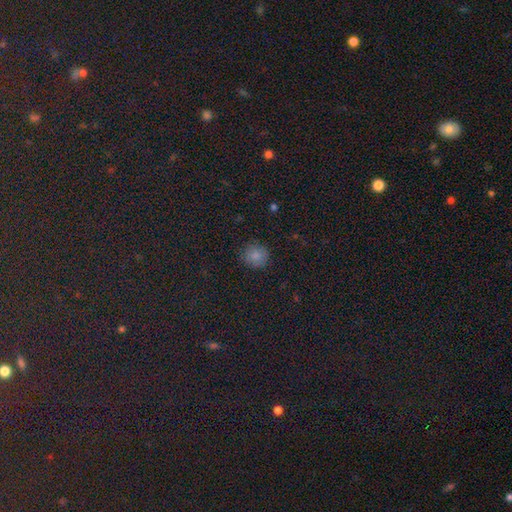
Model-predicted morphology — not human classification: Overall: smooth (82%). How rounded: round (90%). Merging: none (89%).